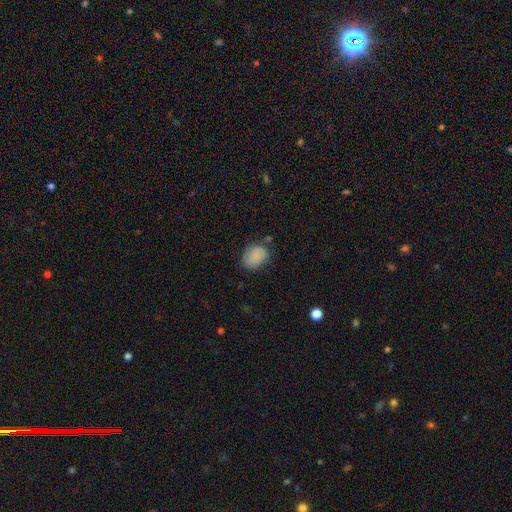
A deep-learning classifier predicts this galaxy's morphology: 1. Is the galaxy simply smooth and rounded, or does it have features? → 74% smooth, 17% featured or disk, 9% star or artifact.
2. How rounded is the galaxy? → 58% in between, 41% round, 1% cigar-shaped.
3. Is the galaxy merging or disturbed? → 63% none, 26% minor disturbance, 8% major disturbance, 4% merger.